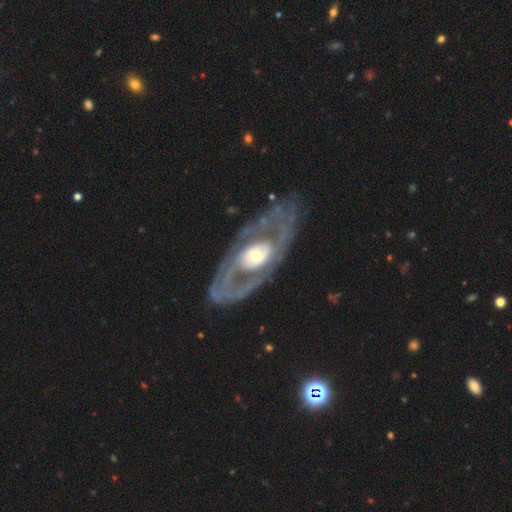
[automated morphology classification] Smooth or featured: featured or disk — 85% (smooth — 11%)
Edge-on disk: no — 93% (yes — 7%)
Bar: no — 71% (weak — 19%)
Spiral arms: yes — 74% (no — 26%)
Spiral winding: tight — 39% (medium — 38%)
Spiral arm count: 2 — 70% (can't tell — 15%)
Bulge size: moderate — 63% (small — 20%)
Merging: none — 67% (major disturbance — 16%)